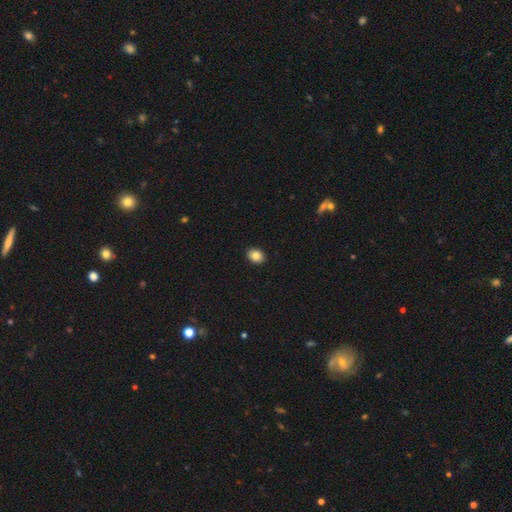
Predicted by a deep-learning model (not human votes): Overall: smooth (84%). How rounded: in between (57%; round 42%). Merging: none (91%).